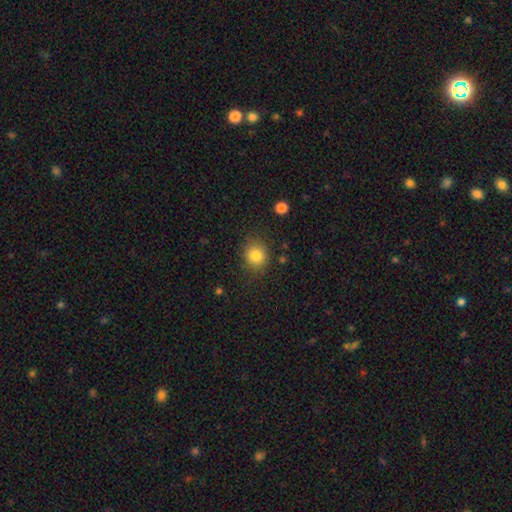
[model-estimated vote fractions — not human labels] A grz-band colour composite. It shows a smooth galaxy with no disk features (83%) that is round (78%). Merging: none (83%).